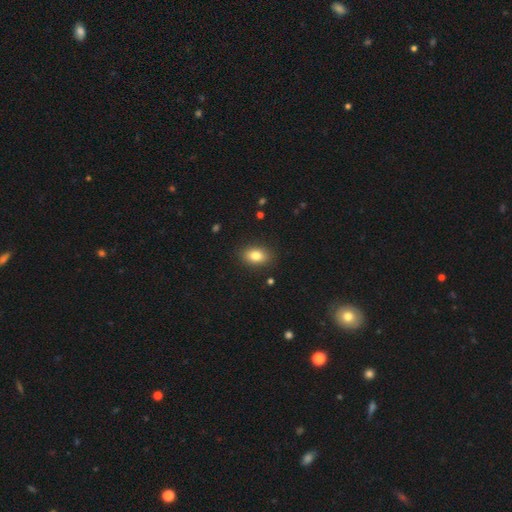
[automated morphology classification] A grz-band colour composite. It shows a smooth galaxy with no disk features (82%) that is in between round and cigar-shaped (83%). Merging: none (88%).